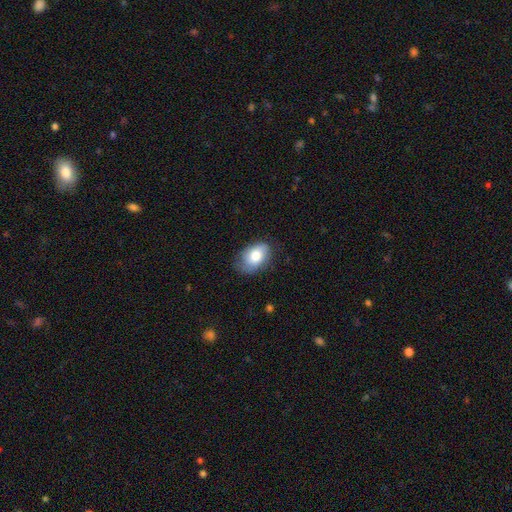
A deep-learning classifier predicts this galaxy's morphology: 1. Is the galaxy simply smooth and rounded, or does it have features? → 71% smooth, 22% featured or disk, 7% star or artifact.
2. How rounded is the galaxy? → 83% in between, 15% round, 1% cigar-shaped.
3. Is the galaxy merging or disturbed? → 64% none, 27% minor disturbance, 8% major disturbance, 1% merger.